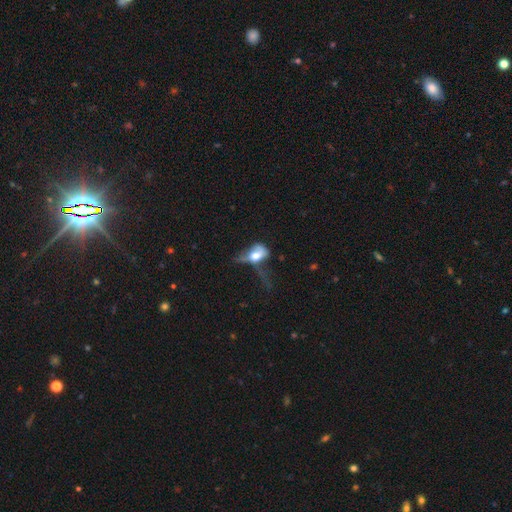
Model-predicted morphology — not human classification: smooth-or-featured: smooth: 56% | featured or disk: 34% | star or artifact: 9%
  how-rounded: in between: 76% | round: 19% | cigar-shaped: 5%
  merging: major disturbance: 60% | minor disturbance: 17% | none: 14% | merger: 10%